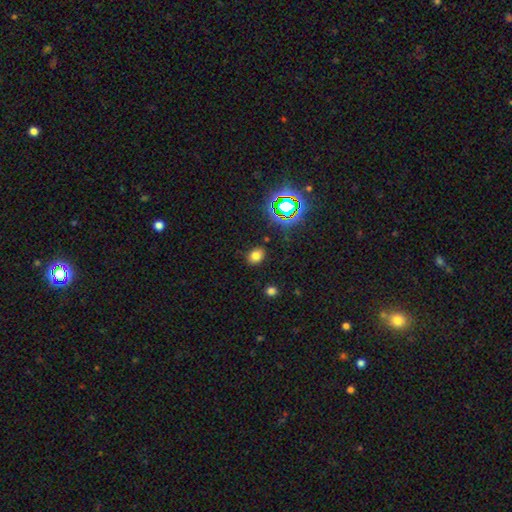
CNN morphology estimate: Q: Smooth or featured?
A: smooth (72%); runner-up: star or artifact (20%)
Q: How rounded?
A: in between (61%); runner-up: round (37%)
Q: Merging?
A: none (85%); runner-up: minor disturbance (10%)